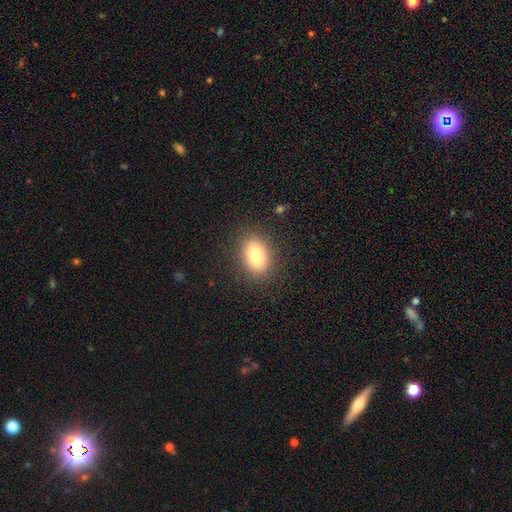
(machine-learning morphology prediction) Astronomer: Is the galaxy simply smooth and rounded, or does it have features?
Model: smooth — 80%.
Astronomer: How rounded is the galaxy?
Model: in between — 76%.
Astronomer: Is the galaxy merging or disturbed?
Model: none — 86%.